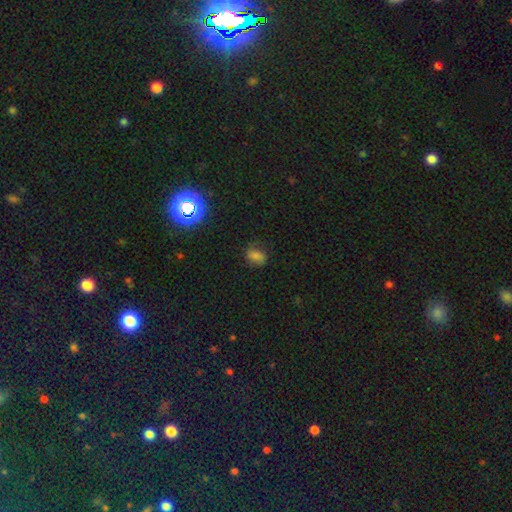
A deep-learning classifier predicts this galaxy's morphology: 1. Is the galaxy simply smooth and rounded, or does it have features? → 73% smooth, 19% star or artifact, 8% featured or disk.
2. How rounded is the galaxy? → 75% in between, 23% round, 2% cigar-shaped.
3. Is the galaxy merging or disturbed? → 70% none, 21% minor disturbance, 7% major disturbance, 2% merger.